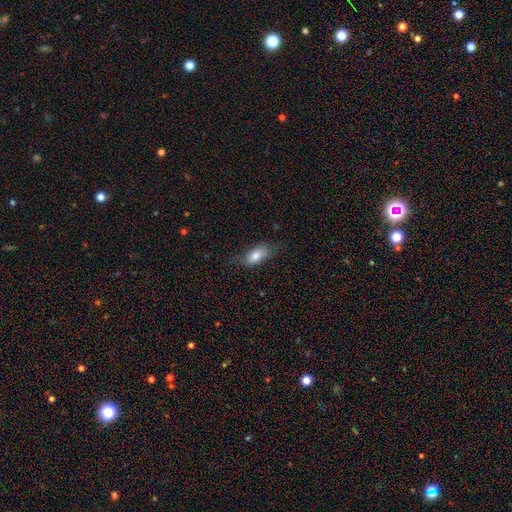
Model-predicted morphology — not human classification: This is likely a smooth galaxy (76%). How rounded: clearly in between (85%). Merging: likely none (62%).